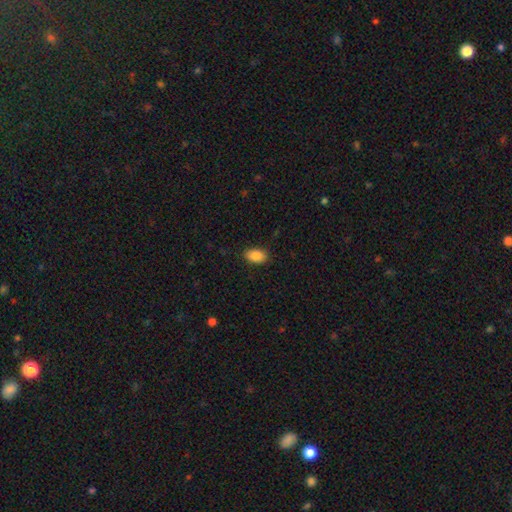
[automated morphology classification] Smooth or featured: smooth — 88% (star or artifact — 8%)
How rounded: in between — 91% (round — 8%)
Merging: none — 88% (minor disturbance — 9%)